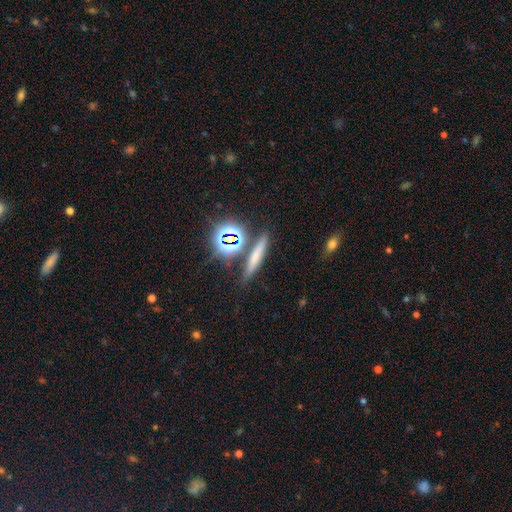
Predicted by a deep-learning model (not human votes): A smooth galaxy with no disk features (59%) that is cigar-shaped (77%). Merging: none (79%).